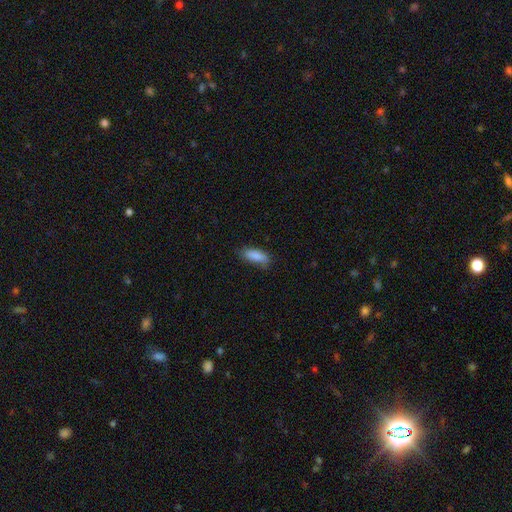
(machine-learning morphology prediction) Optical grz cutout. It shows a smooth galaxy with no disk features (87%) that is in between round and cigar-shaped (70%). Merging: none (74%).